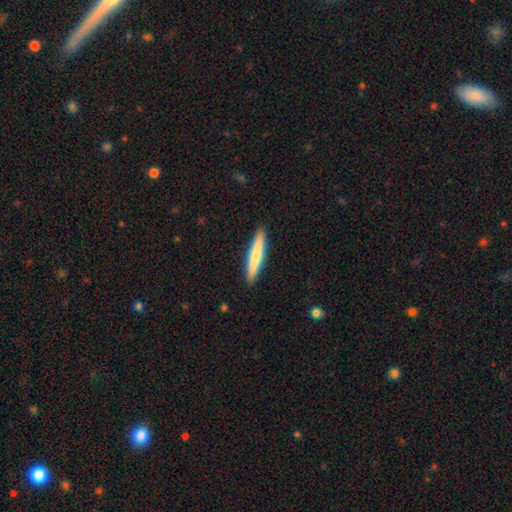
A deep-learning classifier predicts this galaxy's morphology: smooth-or-featured: smooth: 62% | featured or disk: 33% | star or artifact: 5%
  how-rounded: cigar-shaped: 92% | in between: 6% | round: 1%
  merging: none: 91% | minor disturbance: 6% | major disturbance: 1% | merger: 1%